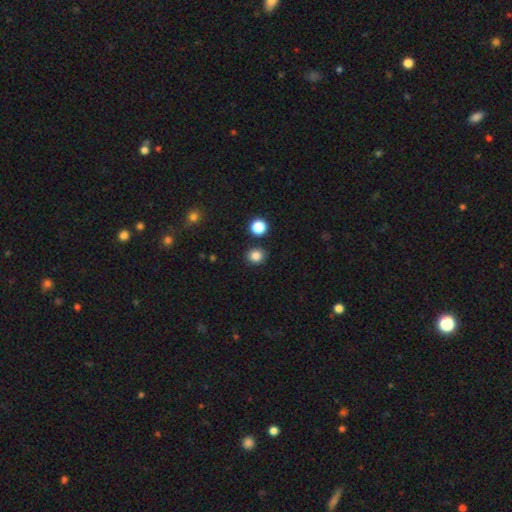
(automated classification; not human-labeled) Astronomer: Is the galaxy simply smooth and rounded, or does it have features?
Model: smooth — 84%.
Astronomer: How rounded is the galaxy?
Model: round — 83%.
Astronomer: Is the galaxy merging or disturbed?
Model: none — 87%.